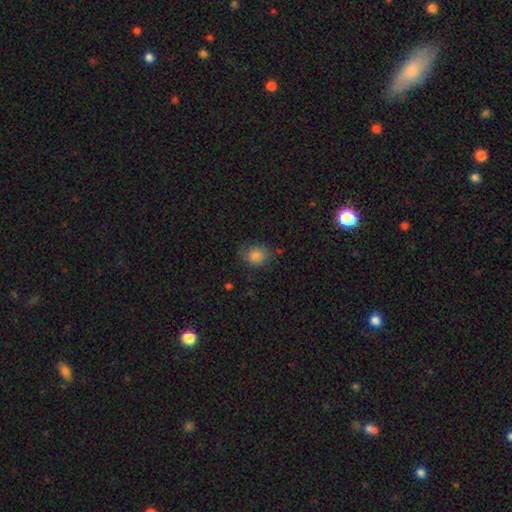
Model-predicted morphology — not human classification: type=smooth (83%); roundness=round (64%); merging=none (71%).